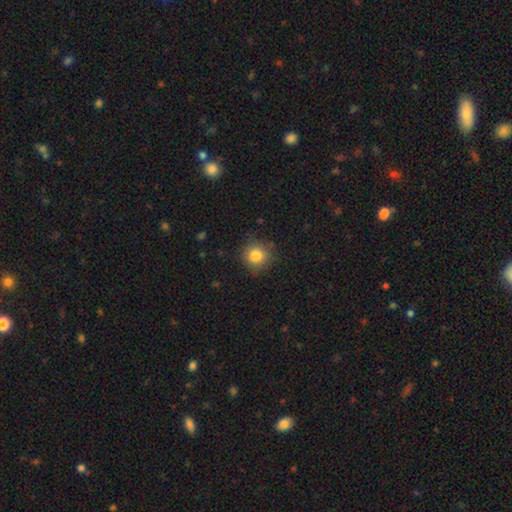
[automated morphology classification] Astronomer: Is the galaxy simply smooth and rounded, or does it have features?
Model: smooth — 82%.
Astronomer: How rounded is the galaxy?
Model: round — 88%.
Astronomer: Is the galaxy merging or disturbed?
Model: none — 83%.